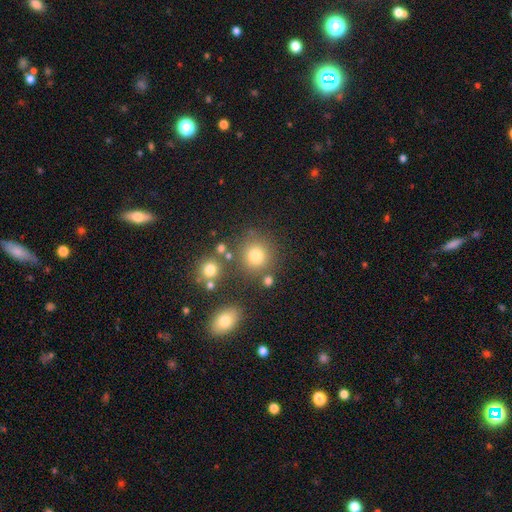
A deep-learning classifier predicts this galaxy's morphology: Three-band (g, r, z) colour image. It shows a smooth galaxy with no disk features (77%) that is round (89%). Merging: none (77%).